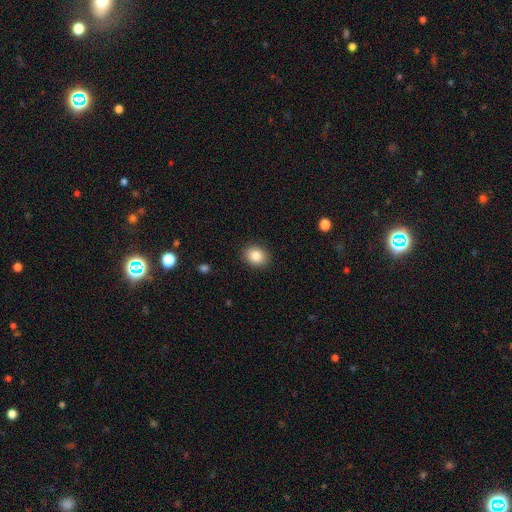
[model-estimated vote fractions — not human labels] Smooth or featured?
  - smooth: 86% *
  - star or artifact: 9%
  - featured or disk: 6%
How rounded?
  - in between: 50% *
  - round: 49%
  - cigar-shaped: 1%
Merging?
  - none: 89% *
  - minor disturbance: 7%
  - major disturbance: 2%
  - merger: 1%